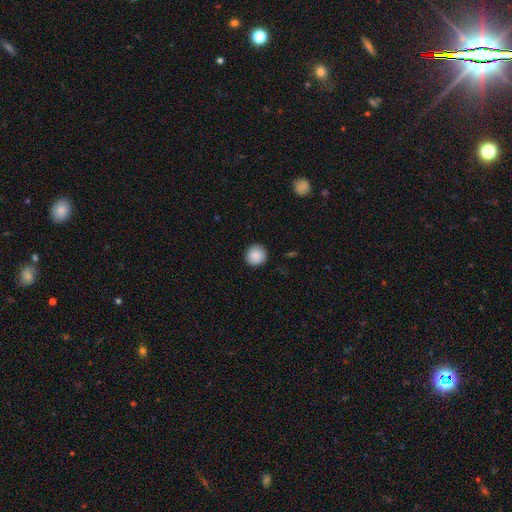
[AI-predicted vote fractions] Overall: smooth (89%). How rounded: round (93%). Merging: none (91%).